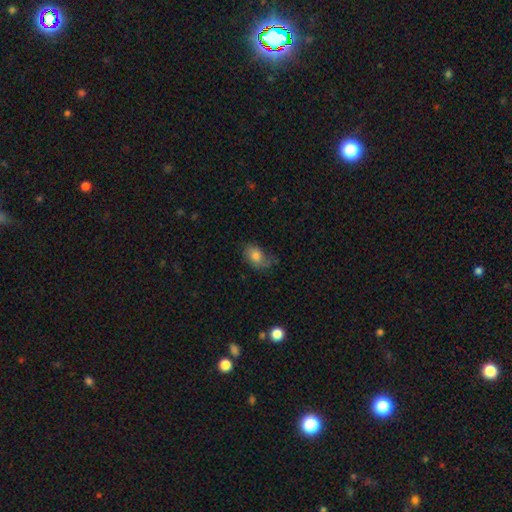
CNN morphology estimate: The model was most divided on "merging": none: 51%, minor disturbance: 32%, major disturbance: 15%, merger: 2%. More confident: how rounded — in between (77%); smooth or featured — smooth (74%).